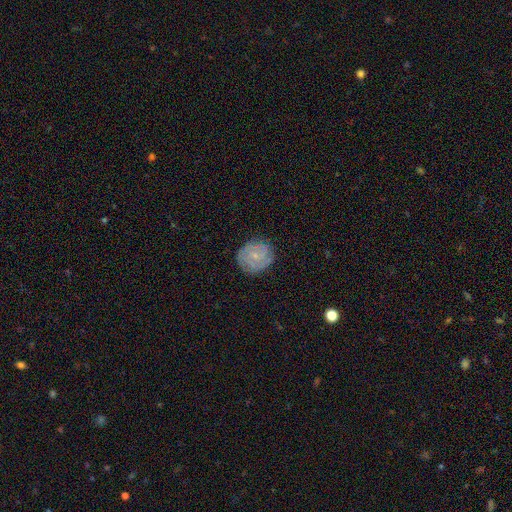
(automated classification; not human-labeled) smooth_or_featured: featured or disk (p=0.71) [alt: smooth p=0.21]
disk_edge_on: no (p=0.98) [alt: yes p=0.02]
bar: no (p=0.73) [alt: weak p=0.23]
has_spiral_arms: yes (p=0.93) [alt: no p=0.07]
spiral_winding: tight (p=0.73) [alt: medium p=0.22]
spiral_arm_count: 2 (p=0.29) [alt: can't tell p=0.27]
bulge_size: small (p=0.78) [alt: moderate p=0.16]
merging: none (p=0.84) [alt: minor disturbance p=0.12]